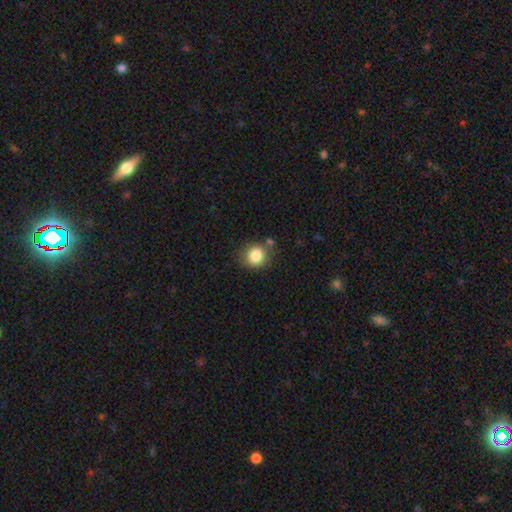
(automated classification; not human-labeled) smooth 84%, star or artifact 10%, featured or disk 6%. Down the decision tree: how rounded — round (83%); merging — none (77%).